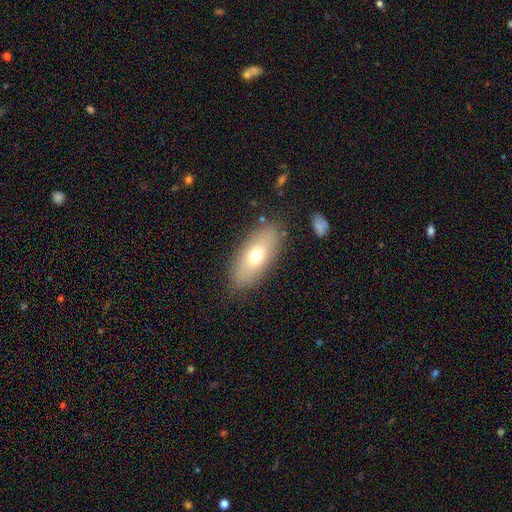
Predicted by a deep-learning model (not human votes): A smooth galaxy with no disk features (67%) that is in between round and cigar-shaped (83%). Merging: none (84%).